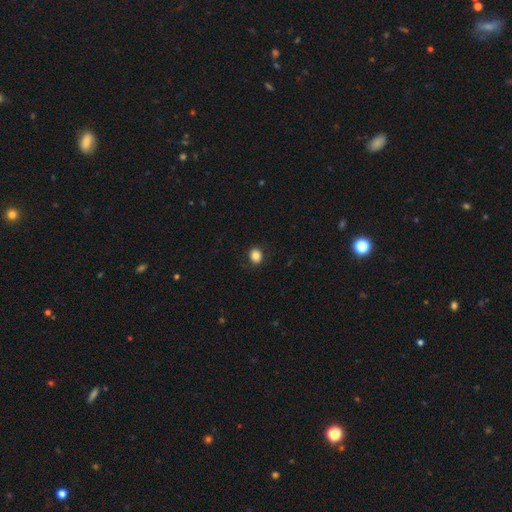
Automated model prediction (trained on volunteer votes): A smooth galaxy with no disk features (84%) that is round (64%). Merging: none (86%).